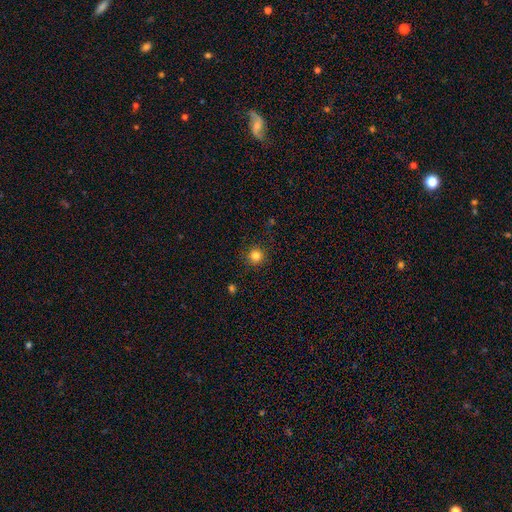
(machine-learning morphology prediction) The model was most divided on "smooth or featured": smooth: 82%, star or artifact: 13%, featured or disk: 5%. More confident: how rounded — round (95%); merging — none (90%).